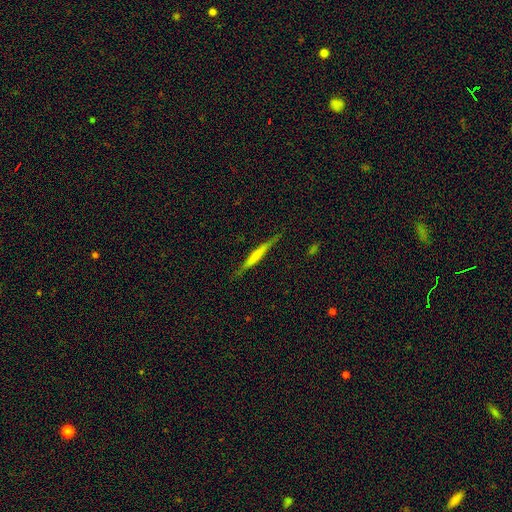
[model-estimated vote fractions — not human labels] This is possibly a featured or disk galaxy (49%). Merging: clearly none (85%).